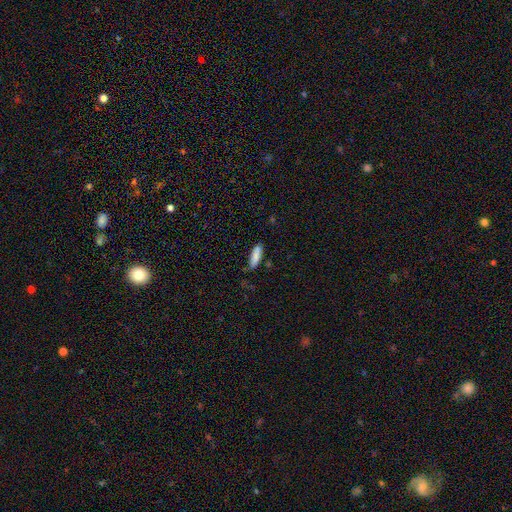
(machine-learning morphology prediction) This appears to be a smooth galaxy with no disk features (86%) that is cigar-shaped (55%). Merging: none (75%).